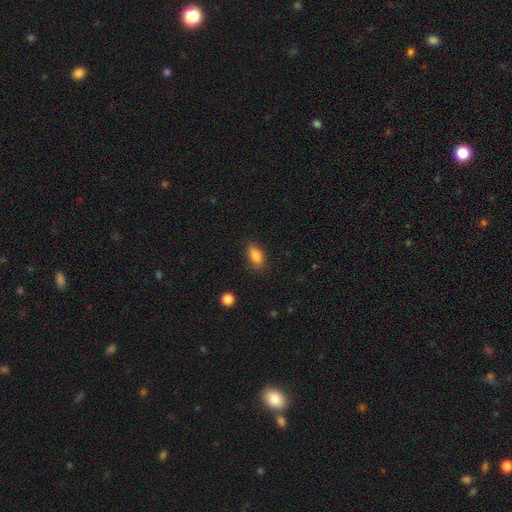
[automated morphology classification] Q: Smooth or featured?
A: smooth (84%); runner-up: star or artifact (9%)
Q: How rounded?
A: in between (87%); runner-up: round (6%)
Q: Merging?
A: none (81%); runner-up: minor disturbance (14%)